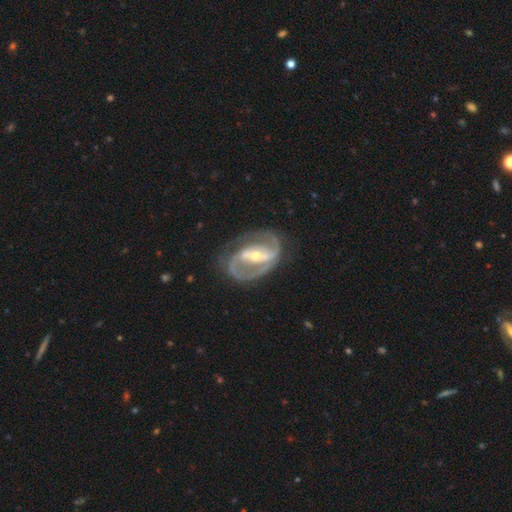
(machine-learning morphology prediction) Smooth or featured? Predicted: featured or disk (p=0.90). Edge-on disk? Predicted: no (p=0.97). Bar? Predicted: strong (p=0.55). Spiral arms? Predicted: yes (p=0.95). Spiral winding? Predicted: medium (p=0.52). Spiral arm count? Predicted: 2 (p=0.87). Bulge size? Predicted: small (p=0.48, tied with moderate). Merging? Predicted: none (p=0.72).